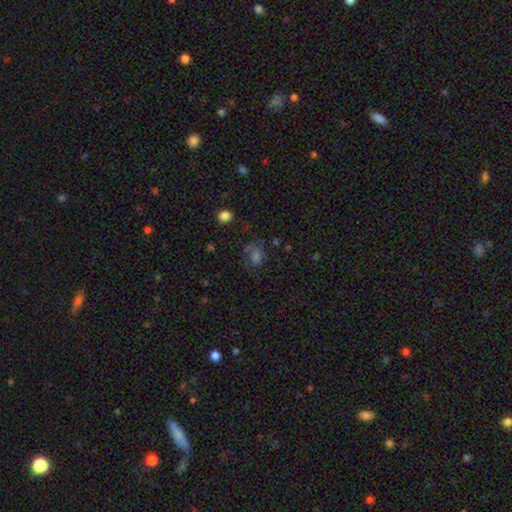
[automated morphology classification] Smooth or featured: smooth — 52% (star or artifact — 34%)
How rounded: in between — 61% (round — 36%)
Merging: none — 56% (minor disturbance — 21%)